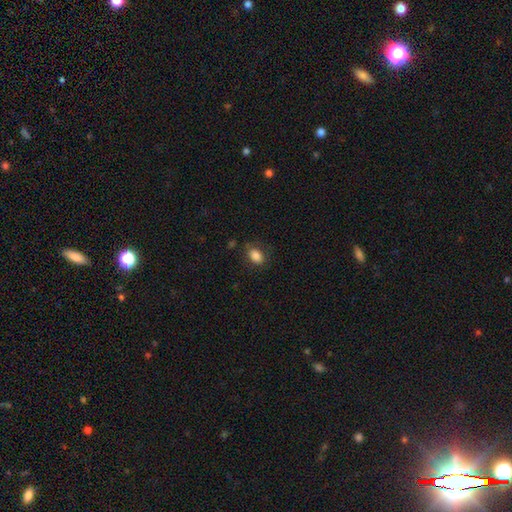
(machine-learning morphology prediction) Smooth or featured: smooth — 85% (star or artifact — 9%)
How rounded: in between — 83% (round — 16%)
Merging: none — 77% (minor disturbance — 16%)